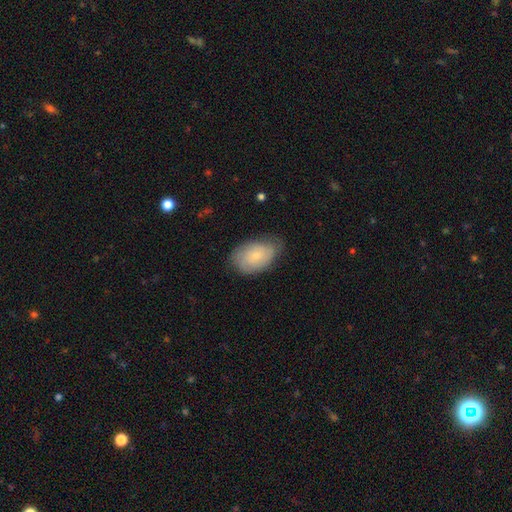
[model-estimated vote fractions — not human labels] smooth-or-featured: smooth: 59% | featured or disk: 35% | star or artifact: 7%
  how-rounded: in between: 88% | round: 11% | cigar-shaped: 1%
  merging: none: 64% | minor disturbance: 28% | major disturbance: 6% | merger: 1%